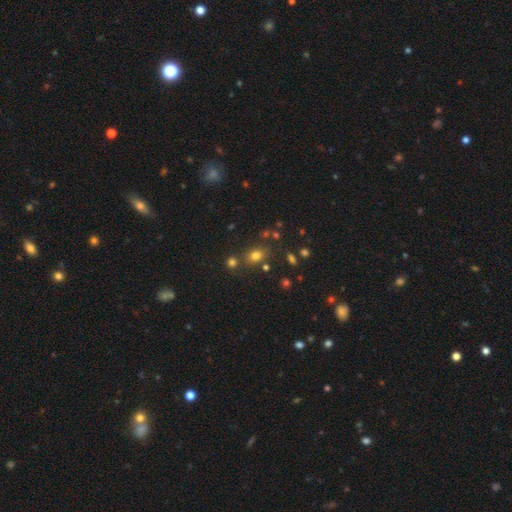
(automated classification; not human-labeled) Smooth or featured? Predicted: smooth (p=0.73). How rounded? Predicted: in between (p=0.60). Merging? Predicted: none (p=0.70).